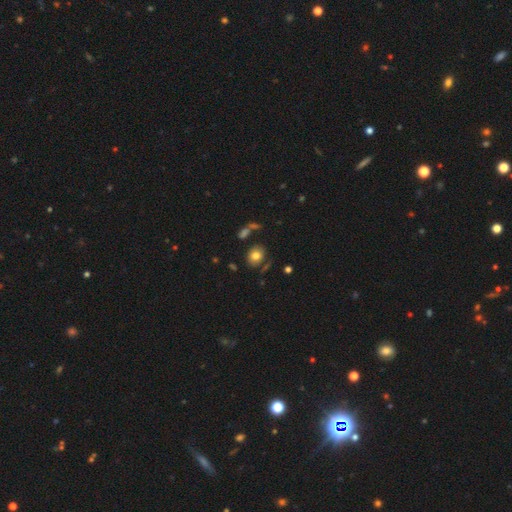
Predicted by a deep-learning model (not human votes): A smooth galaxy with no disk features (78%) that is round (55%).

Vote fractions:
- Smooth or featured? smooth: 78% / featured or disk: 11% / star or artifact: 11%
- How rounded? round: 55% / in between: 44% / cigar-shaped: 1%
- Merging? none: 74% / minor disturbance: 13% / merger: 7% / major disturbance: 5%